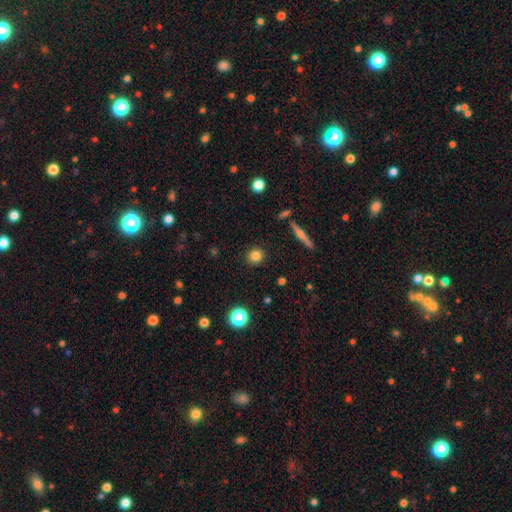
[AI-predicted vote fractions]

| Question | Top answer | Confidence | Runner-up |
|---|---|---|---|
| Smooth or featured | smooth | 81% | star or artifact (11%) |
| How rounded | round | 91% | in between (8%) |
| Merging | none | 91% | minor disturbance (6%) |